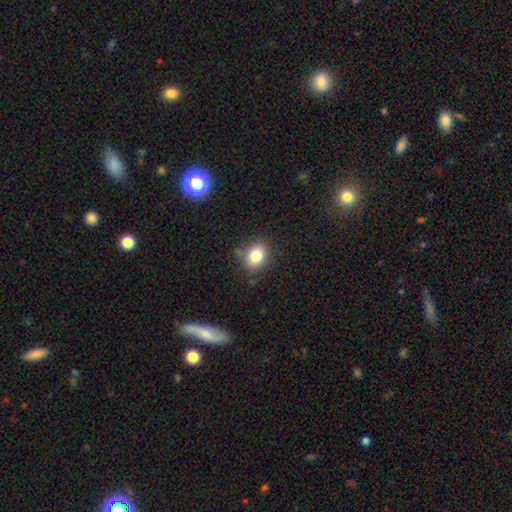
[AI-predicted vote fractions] Smooth or featured: smooth — 82% (star or artifact — 10%)
How rounded: in between — 59% (round — 39%)
Merging: none — 77% (minor disturbance — 16%)